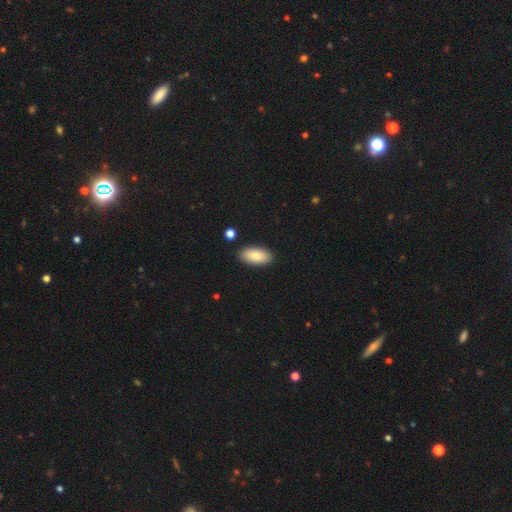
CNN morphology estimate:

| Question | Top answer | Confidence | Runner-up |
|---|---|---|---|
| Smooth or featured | smooth | 87% | featured or disk (7%) |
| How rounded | in between | 92% | cigar-shaped (6%) |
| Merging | none | 89% | minor disturbance (7%) |